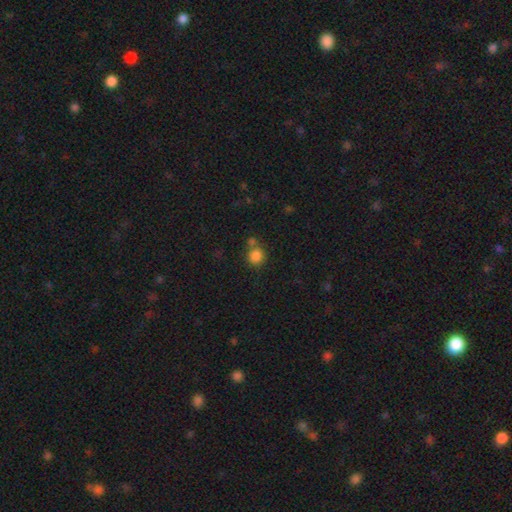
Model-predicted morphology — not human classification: A smooth galaxy with no disk features (84%) that is round (88%).

Vote fractions:
- Smooth or featured? smooth: 84% / star or artifact: 11% / featured or disk: 5%
- How rounded? round: 88% / in between: 11% / cigar-shaped: 1%
- Merging? none: 63% / merger: 24% / minor disturbance: 10% / major disturbance: 4%